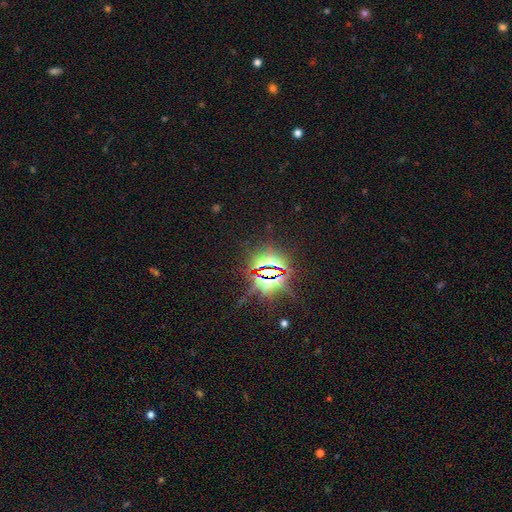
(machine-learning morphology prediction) This is clearly a star or artifact rather than a galaxy (84%).